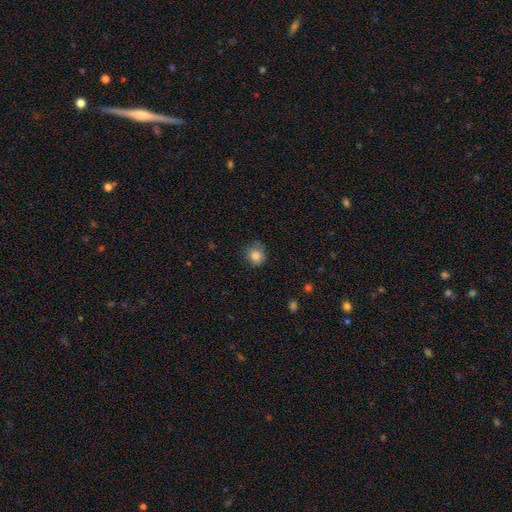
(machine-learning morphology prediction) Smooth or featured: smooth — 85% (star or artifact — 10%)
How rounded: round — 84% (in between — 15%)
Merging: none — 72% (minor disturbance — 22%)